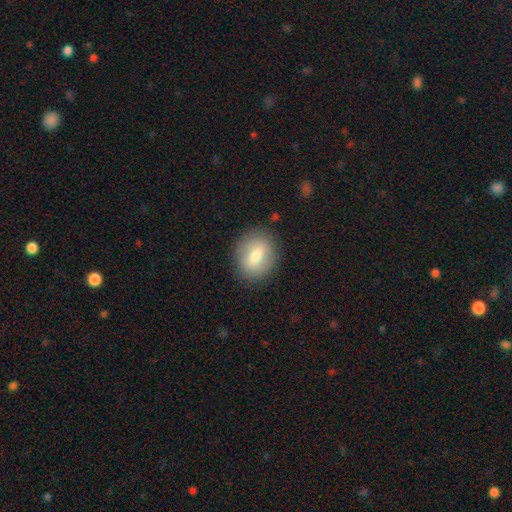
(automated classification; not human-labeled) Smooth or featured? smooth (68%)
How rounded? round (55%)
Merging? none (85%)